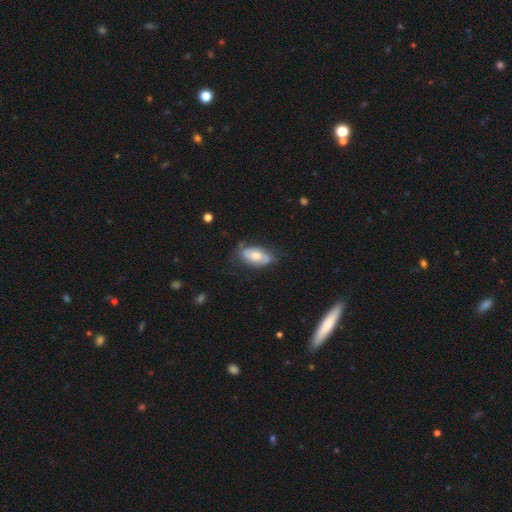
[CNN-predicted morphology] smooth-or-featured: smooth: 48% | featured or disk: 46% | star or artifact: 7%
  merging: none: 64% | minor disturbance: 26% | major disturbance: 9% | merger: 2%